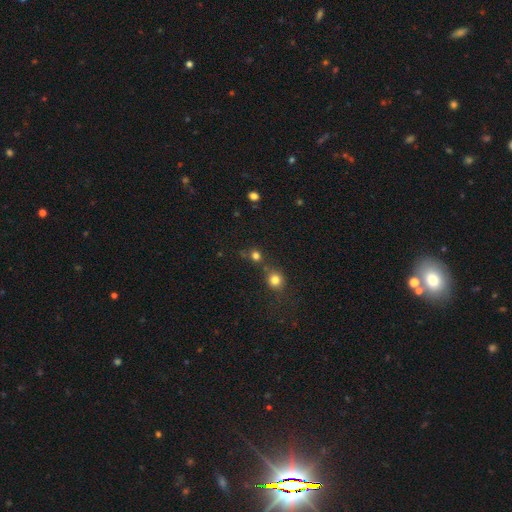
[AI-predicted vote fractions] Smooth or featured?
  - smooth: 75% *
  - star or artifact: 19%
  - featured or disk: 6%
How rounded?
  - round: 86% *
  - in between: 13%
  - cigar-shaped: 1%
Merging?
  - none: 64% *
  - merger: 22%
  - minor disturbance: 9%
  - major disturbance: 4%